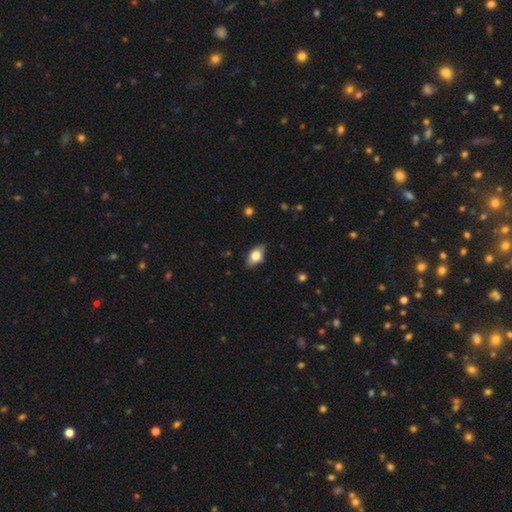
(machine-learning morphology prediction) Smooth or featured?
  - smooth: 75% *
  - featured or disk: 18%
  - star or artifact: 7%
How rounded?
  - in between: 89% *
  - round: 7%
  - cigar-shaped: 4%
Merging?
  - none: 84% *
  - minor disturbance: 13%
  - major disturbance: 2%
  - merger: 1%